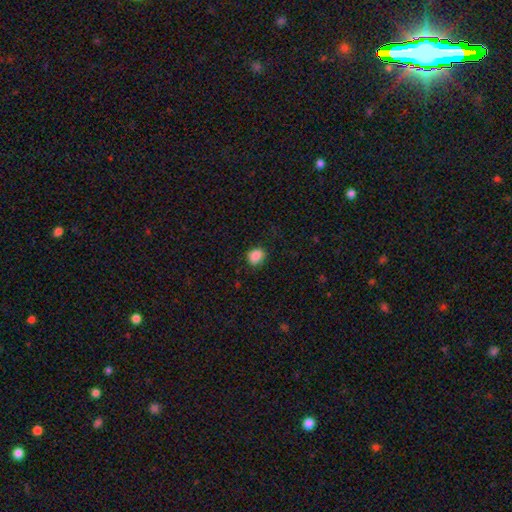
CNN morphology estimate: This is clearly a smooth galaxy (87%). How rounded: likely round (64%). Merging: clearly none (82%).